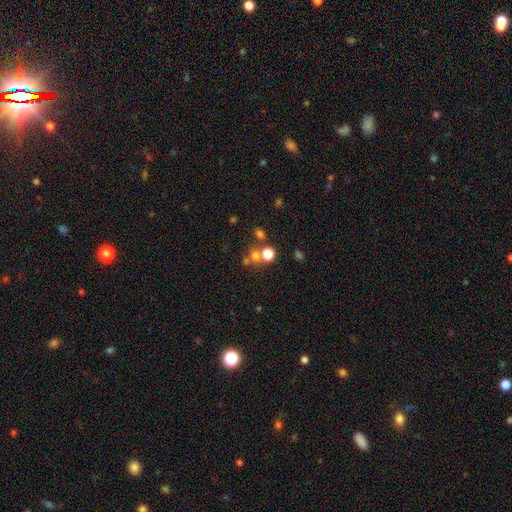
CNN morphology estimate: type=smooth (64%); roundness=round (80%); merging=none (53%).